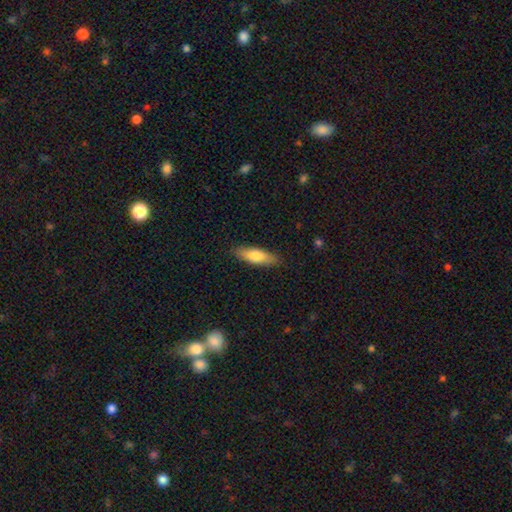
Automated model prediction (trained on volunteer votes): Smooth or featured? smooth (73%)
How rounded? cigar-shaped (49%, tied with in between)
Merging? none (87%)